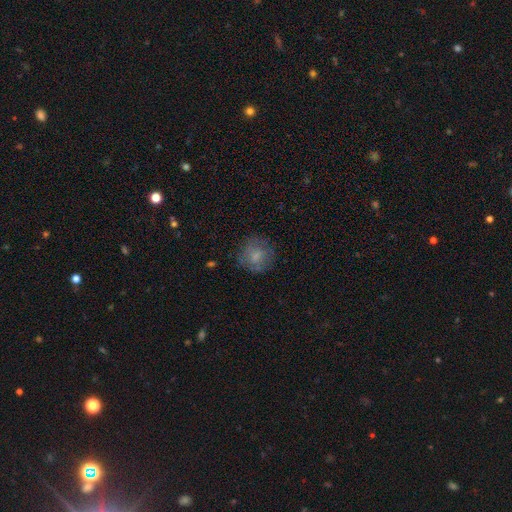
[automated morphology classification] type=smooth (69%); roundness=round (86%); merging=none (74%).